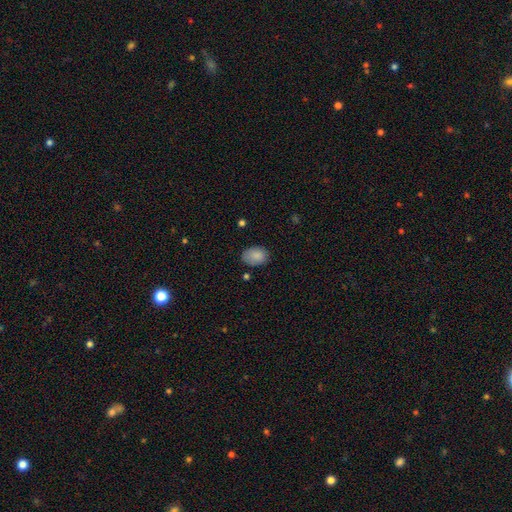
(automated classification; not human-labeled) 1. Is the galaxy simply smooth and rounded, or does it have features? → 87% smooth, 7% star or artifact, 5% featured or disk.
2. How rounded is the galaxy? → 75% in between, 24% round, 1% cigar-shaped.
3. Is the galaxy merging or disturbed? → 75% none, 19% minor disturbance, 4% major disturbance, 2% merger.